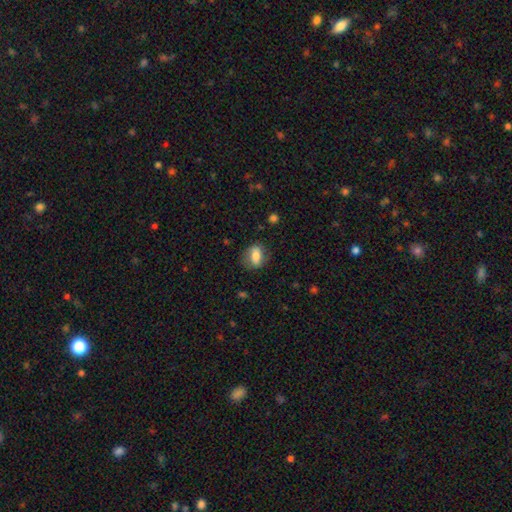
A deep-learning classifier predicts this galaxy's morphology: A smooth galaxy with no disk features (65%) that is in between round and cigar-shaped (73%).

Vote fractions:
- Smooth or featured? smooth: 65% / featured or disk: 27% / star or artifact: 8%
- How rounded? in between: 73% / round: 23% / cigar-shaped: 4%
- Merging? none: 74% / minor disturbance: 18% / major disturbance: 7% / merger: 1%